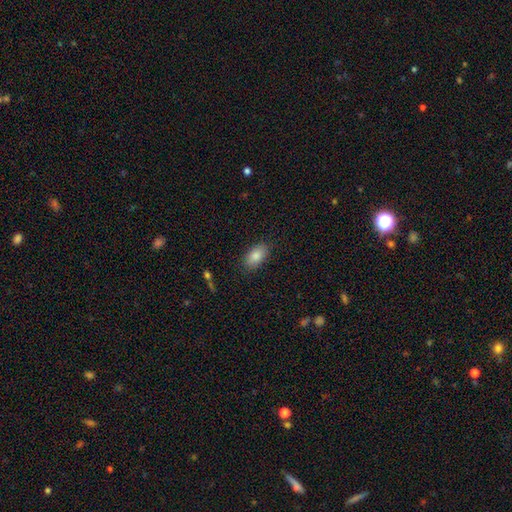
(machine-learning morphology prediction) smooth 85%, star or artifact 8%, featured or disk 7%. Down the decision tree: how rounded — in between (92%); merging — none (86%).